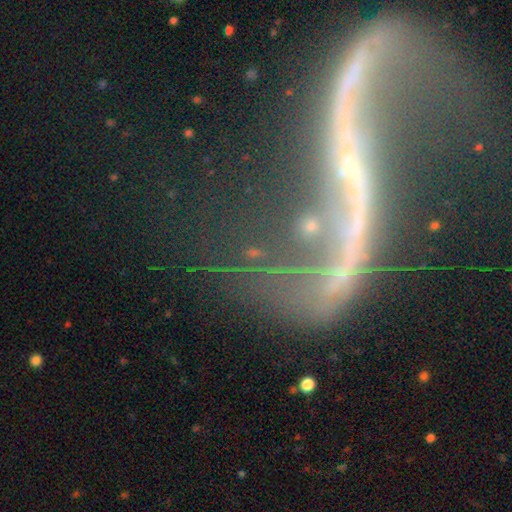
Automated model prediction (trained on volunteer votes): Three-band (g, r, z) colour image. It shows a featured or disk galaxy (70%) with no bar (45%), spiral arms (70%) and a small central bulge (49%). Merging: none (40%).